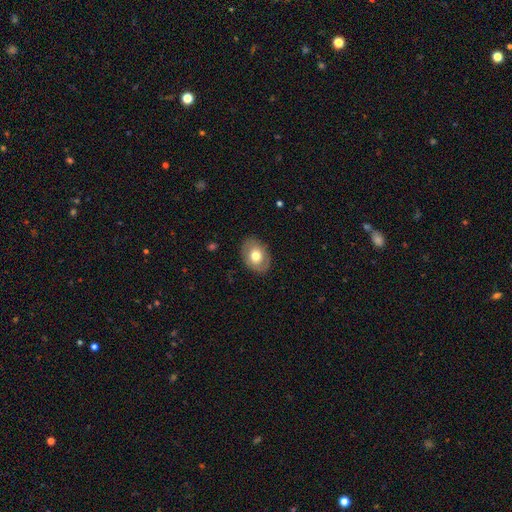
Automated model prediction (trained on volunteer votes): Overall: smooth (66%; featured or disk 27%). How rounded: in between (75%). Merging: none (85%).